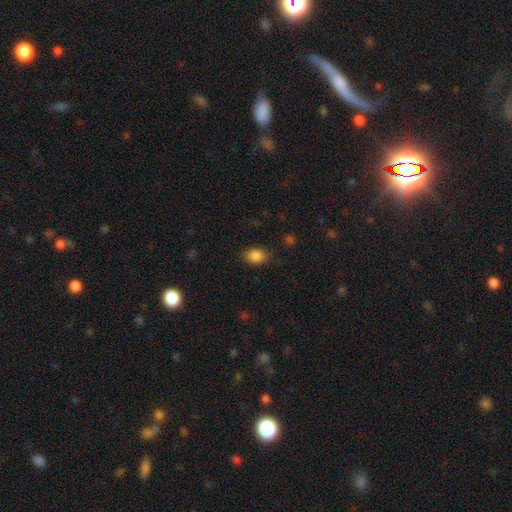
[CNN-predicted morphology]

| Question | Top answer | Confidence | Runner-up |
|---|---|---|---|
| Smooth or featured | smooth | 86% | star or artifact (9%) |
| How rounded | in between | 66% | round (33%) |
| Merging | none | 81% | minor disturbance (14%) |